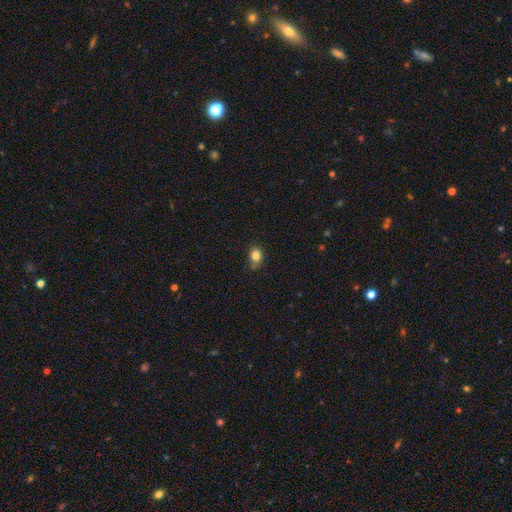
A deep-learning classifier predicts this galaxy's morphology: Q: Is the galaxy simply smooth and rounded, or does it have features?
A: smooth — 84%.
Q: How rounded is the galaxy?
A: in between — 50%.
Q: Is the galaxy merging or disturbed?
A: none — 76%.